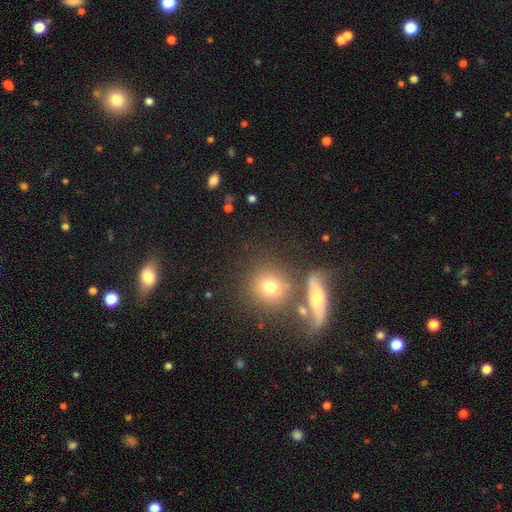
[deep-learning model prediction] This is possibly a smooth galaxy (56%). How rounded: likely round (74%). Merging: likely none (61%).